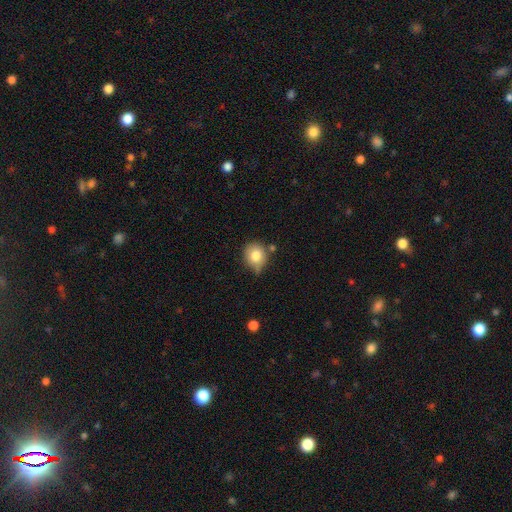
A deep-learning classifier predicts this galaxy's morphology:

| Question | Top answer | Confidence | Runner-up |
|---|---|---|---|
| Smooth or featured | smooth | 79% | featured or disk (12%) |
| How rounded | round | 80% | in between (19%) |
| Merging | none | 59% | minor disturbance (27%) |